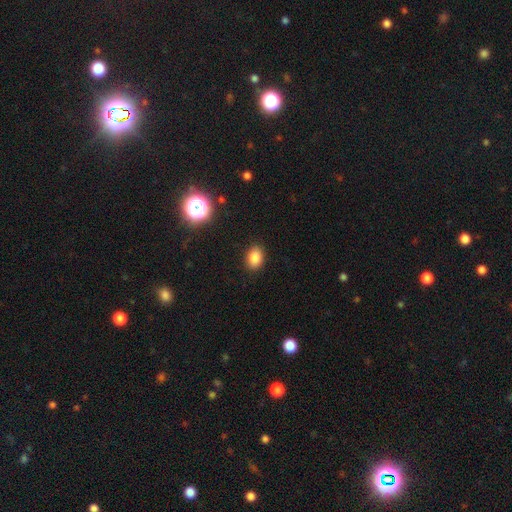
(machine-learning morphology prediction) Smooth or featured: smooth — 84% (star or artifact — 12%)
How rounded: in between — 71% (round — 28%)
Merging: none — 89% (minor disturbance — 8%)